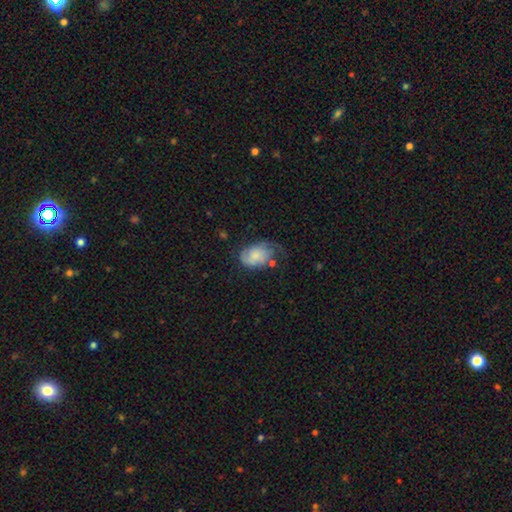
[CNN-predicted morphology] type=smooth (59%); roundness=in between (81%); merging=minor disturbance (34%).